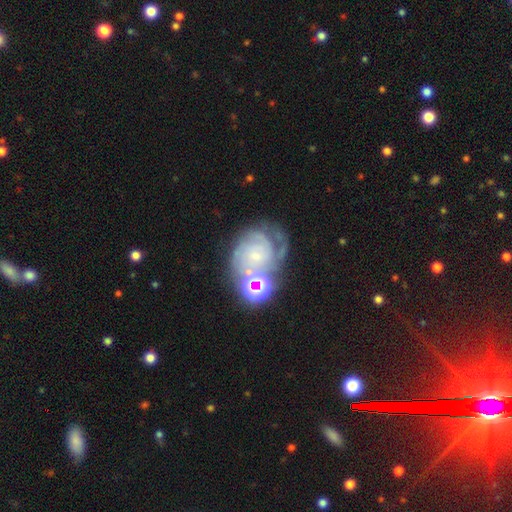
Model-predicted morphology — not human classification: smooth-or-featured: featured or disk: 74% | star or artifact: 13% | smooth: 13%
  disk-edge-on: no: 98% | yes: 2%
    bar: no: 71% | weak: 24% | strong: 5%
    has-spiral-arms: yes: 91% | no: 9%
      spiral-winding: tight: 59% | medium: 32% | loose: 9%
      spiral-arm-count: can't tell: 34% | 3: 25% | 2: 19% | 4: 10% | 1: 7% | more than 4: 6%
    bulge-size: small: 74% | moderate: 14% | none: 8% | large: 2% | dominant: 1%
  merging: none: 44% | minor disturbance: 20% | major disturbance: 19% | merger: 17%